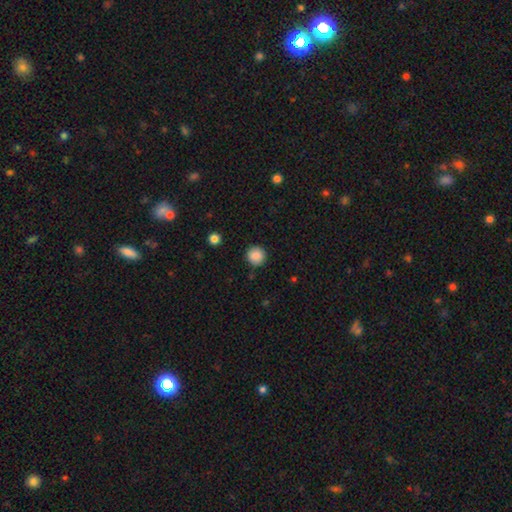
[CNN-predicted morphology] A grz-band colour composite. It shows a smooth galaxy with no disk features (88%) that is round (94%). Merging: none (91%).